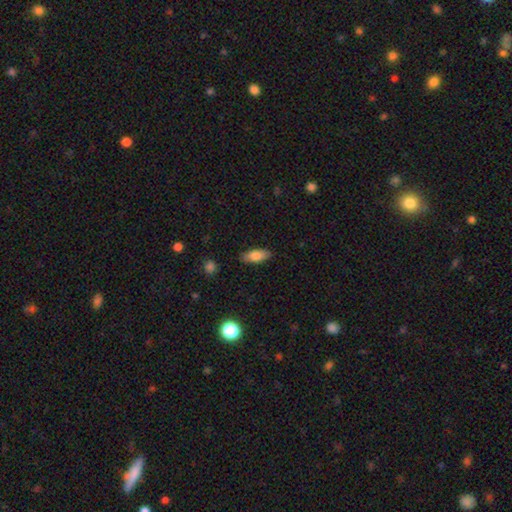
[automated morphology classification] Smooth or featured? smooth (78%)
How rounded? in between (77%)
Merging? none (86%)